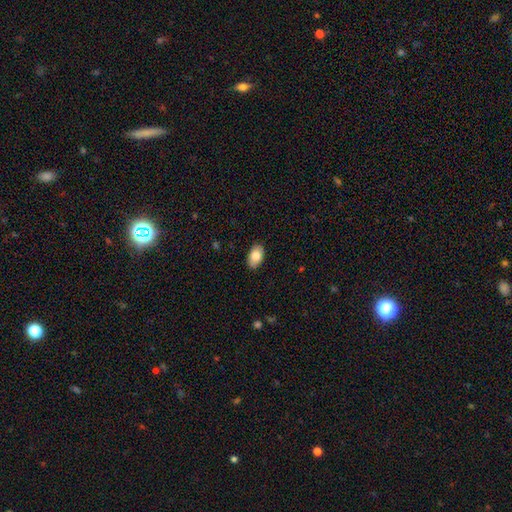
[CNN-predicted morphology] A smooth galaxy with no disk features (82%) that is in between round and cigar-shaped (92%). Merging: none (87%).